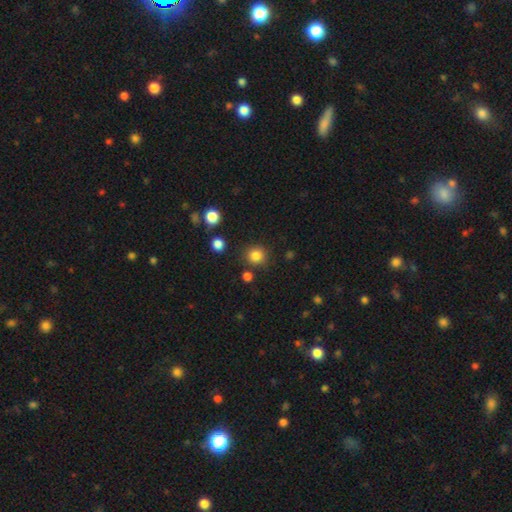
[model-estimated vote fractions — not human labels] Smooth or featured? smooth (83%)
How rounded? round (92%)
Merging? none (86%)